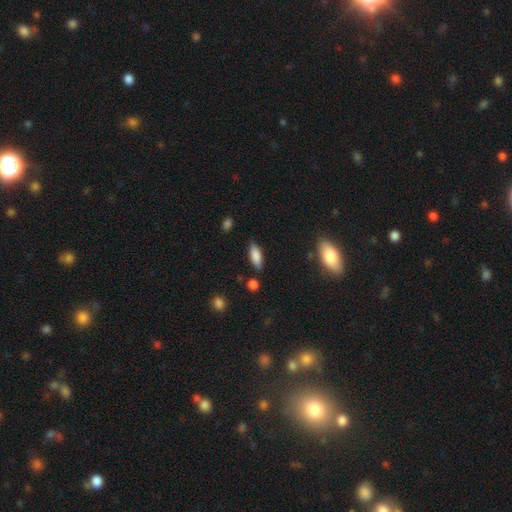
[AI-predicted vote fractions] Q: Smooth or featured?
A: smooth (84%); runner-up: featured or disk (9%)
Q: How rounded?
A: in between (74%); runner-up: cigar-shaped (24%)
Q: Merging?
A: none (80%); runner-up: minor disturbance (13%)